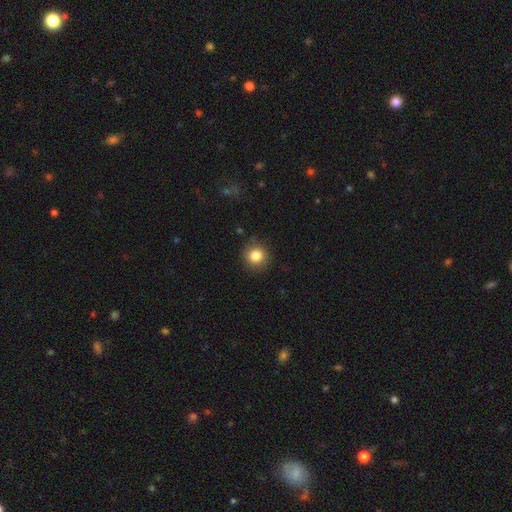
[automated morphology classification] smooth_or_featured: smooth (p=0.83) [alt: star or artifact p=0.11]
how_rounded: round (p=0.91) [alt: in between p=0.08]
merging: none (p=0.87) [alt: minor disturbance p=0.09]